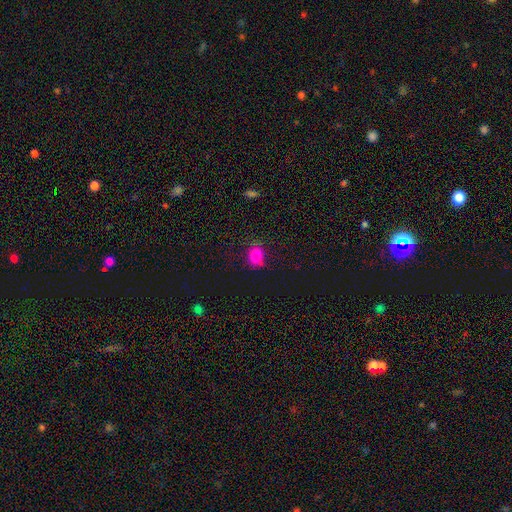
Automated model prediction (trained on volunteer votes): smooth 82%, star or artifact 11%, featured or disk 6%. Down the decision tree: how rounded — in between (51%); merging — none (72%).